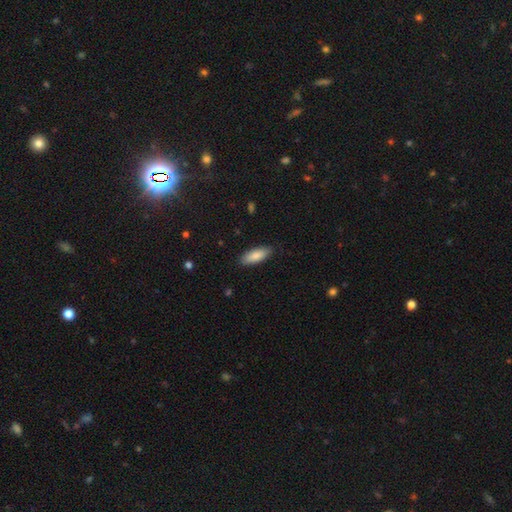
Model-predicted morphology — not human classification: type=smooth (86%); roundness=in between (70%); merging=none (87%).